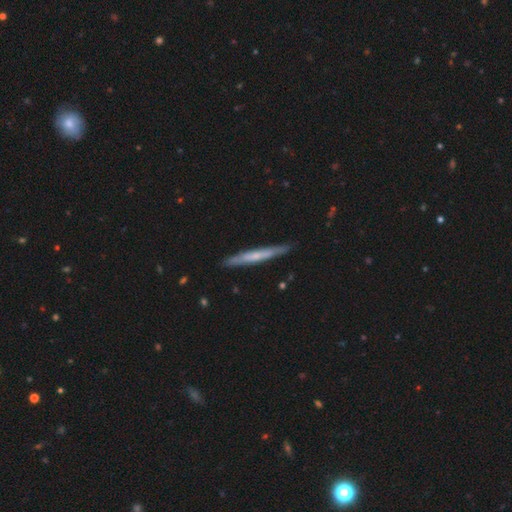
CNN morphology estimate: Smooth or featured? Predicted: featured or disk (p=0.50). Merging? Predicted: none (p=0.88).